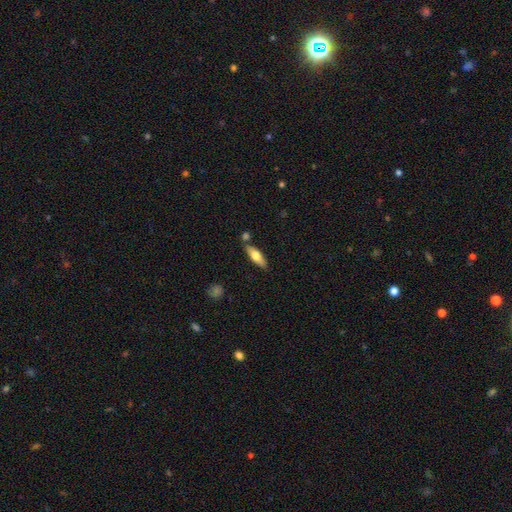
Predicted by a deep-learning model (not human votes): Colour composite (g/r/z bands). It shows a smooth galaxy with no disk features (63%) that is in between round and cigar-shaped (55%). Merging: none (76%).